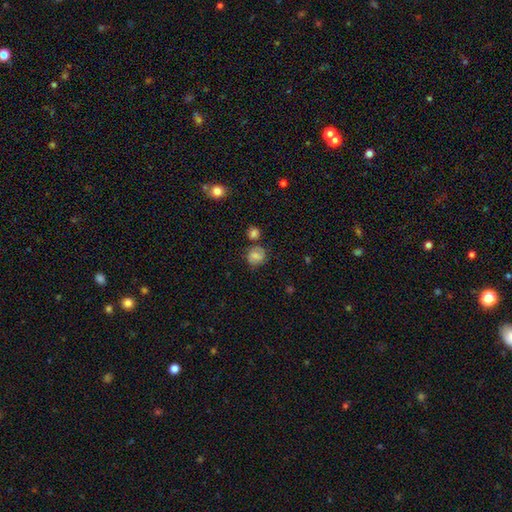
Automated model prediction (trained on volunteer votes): A smooth galaxy with no disk features (63%) that is round (74%).

Vote fractions:
- Smooth or featured? smooth: 63% / featured or disk: 26% / star or artifact: 10%
- How rounded? round: 74% / in between: 25% / cigar-shaped: 1%
- Merging? none: 68% / minor disturbance: 16% / merger: 11% / major disturbance: 5%